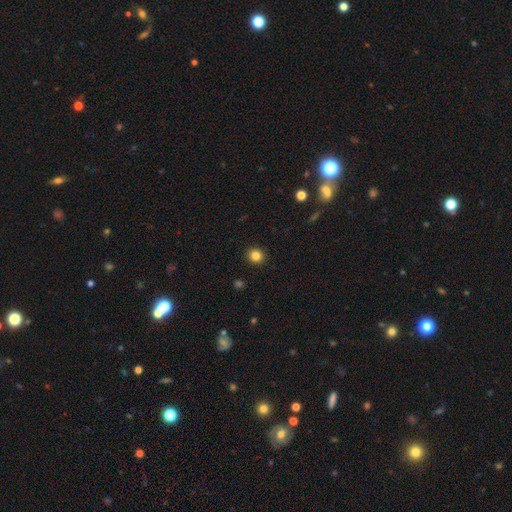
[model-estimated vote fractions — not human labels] smooth 84%, star or artifact 12%, featured or disk 4%. Down the decision tree: how rounded — round (91%); merging — none (93%).